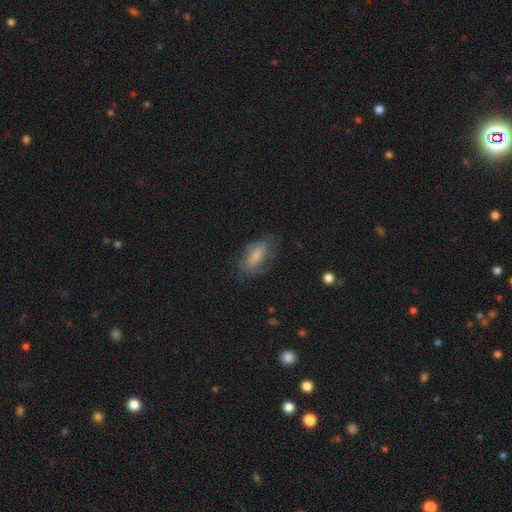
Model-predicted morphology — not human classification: A smooth galaxy with no disk features (50%) that is in between round and cigar-shaped (85%).

Vote fractions:
- Smooth or featured? smooth: 50% / featured or disk: 41% / star or artifact: 9%
- How rounded? in between: 85% / cigar-shaped: 10% / round: 5%
- Merging? none: 59% / minor disturbance: 25% / major disturbance: 15% / merger: 2%